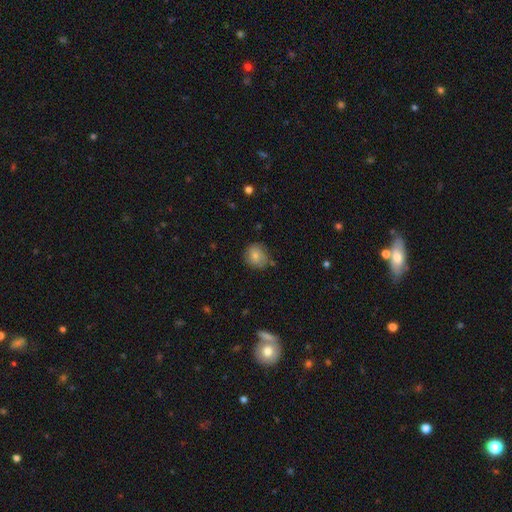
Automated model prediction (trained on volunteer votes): Overall: smooth (73%). How rounded: round (73%). Merging: none (68%).